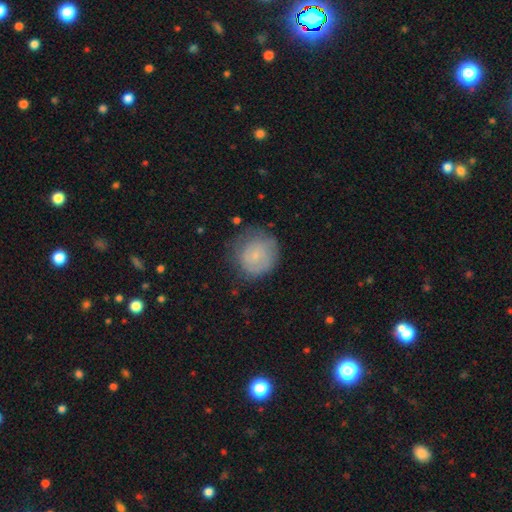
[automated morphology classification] A smooth galaxy with no disk features (60%) that is round (88%).

Vote fractions:
- Smooth or featured? smooth: 60% / featured or disk: 32% / star or artifact: 8%
- How rounded? round: 88% / in between: 11% / cigar-shaped: 1%
- Merging? none: 65% / minor disturbance: 24% / major disturbance: 10% / merger: 2%